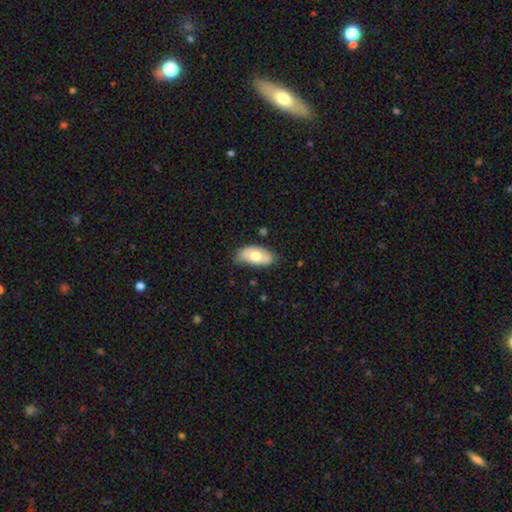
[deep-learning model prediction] smooth_or_featured: smooth (p=0.64) [alt: featured or disk p=0.30]
how_rounded: in between (p=0.93) [alt: round p=0.04]
merging: none (p=0.68) [alt: minor disturbance p=0.25]